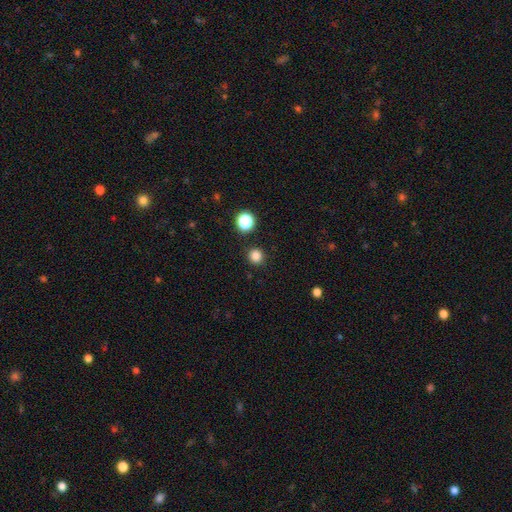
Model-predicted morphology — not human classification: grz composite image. It shows a smooth galaxy with no disk features (83%) that is round (94%). Merging: none (91%).